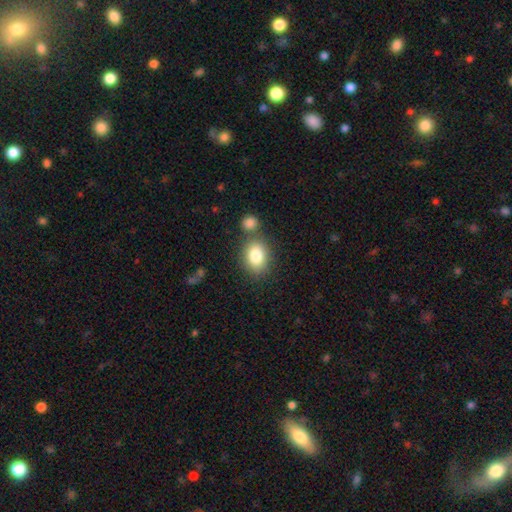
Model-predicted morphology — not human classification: smooth-or-featured: smooth: 83% | featured or disk: 9% | star or artifact: 8%
  how-rounded: in between: 65% | round: 34% | cigar-shaped: 1%
  merging: none: 67% | merger: 18% | minor disturbance: 11% | major disturbance: 4%